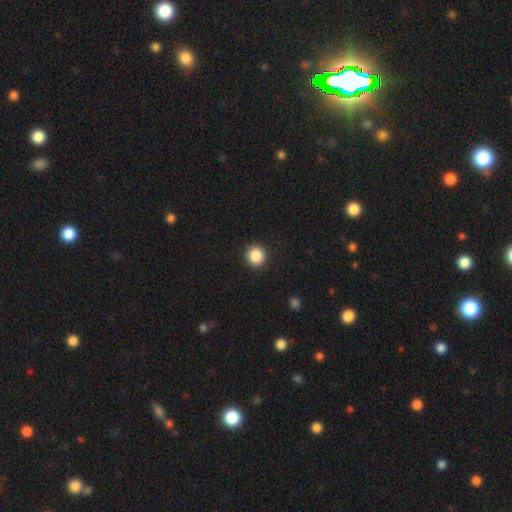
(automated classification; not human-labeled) Smooth or featured? Predicted: smooth (p=0.88). How rounded? Predicted: round (p=0.90). Merging? Predicted: none (p=0.92).